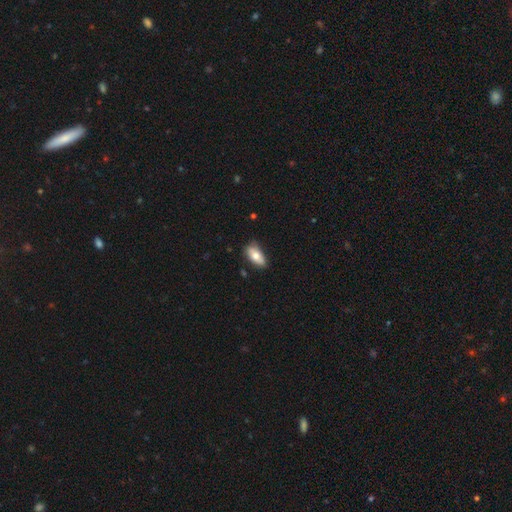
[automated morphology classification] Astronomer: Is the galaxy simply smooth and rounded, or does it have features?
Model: smooth — 72%.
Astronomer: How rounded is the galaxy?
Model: in between — 89%.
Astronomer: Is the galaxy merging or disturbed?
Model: none — 67%.